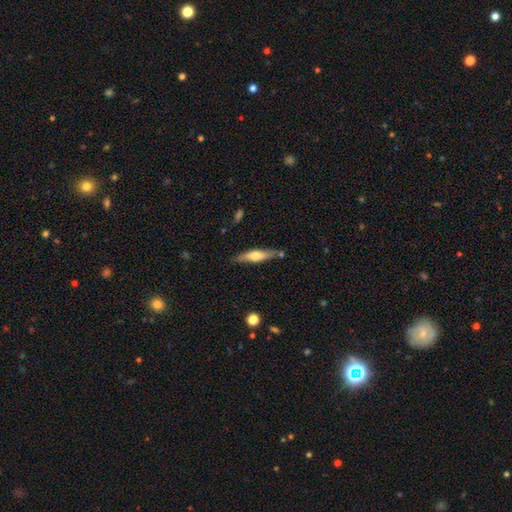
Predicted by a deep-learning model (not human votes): smooth-or-featured: smooth: 49% | featured or disk: 45% | star or artifact: 6%
  merging: none: 76% | minor disturbance: 16% | merger: 5% | major disturbance: 3%